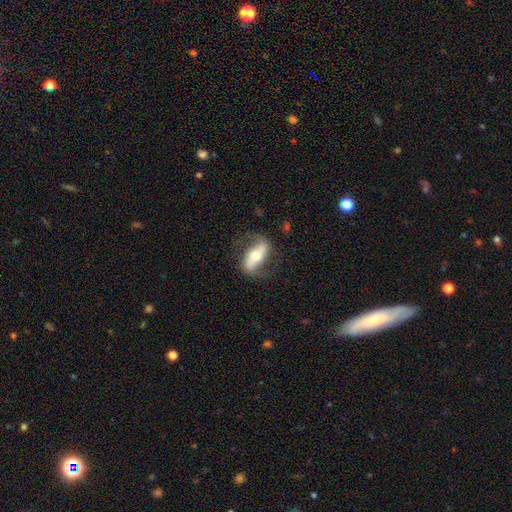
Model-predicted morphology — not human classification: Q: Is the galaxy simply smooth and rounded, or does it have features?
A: featured or disk — 72%.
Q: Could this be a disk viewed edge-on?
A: no — 82%.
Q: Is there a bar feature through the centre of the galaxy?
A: strong — 57%.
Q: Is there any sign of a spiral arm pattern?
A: yes — 83%.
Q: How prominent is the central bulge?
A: moderate — 65%.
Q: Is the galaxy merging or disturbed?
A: none — 72%.